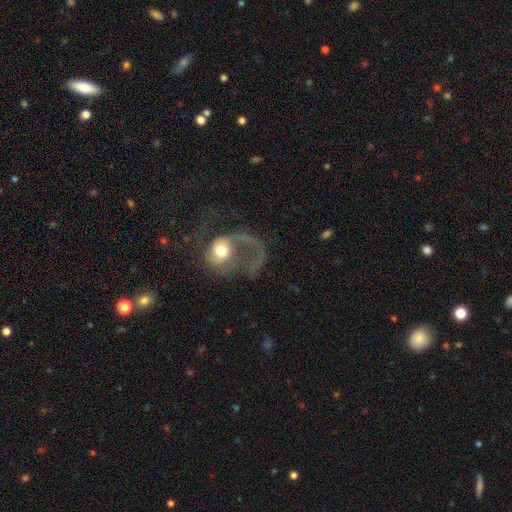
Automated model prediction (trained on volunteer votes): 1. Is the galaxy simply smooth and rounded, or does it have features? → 68% featured or disk, 22% smooth, 10% star or artifact.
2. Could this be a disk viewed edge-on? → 97% no, 3% yes.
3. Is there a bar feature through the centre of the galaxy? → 78% no, 17% weak, 5% strong.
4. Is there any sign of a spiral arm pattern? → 76% yes, 24% no.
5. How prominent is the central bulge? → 63% moderate, 16% large, 16% small, 3% dominant, 3% none.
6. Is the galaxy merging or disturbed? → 55% major disturbance, 27% none, 13% minor disturbance, 5% merger.